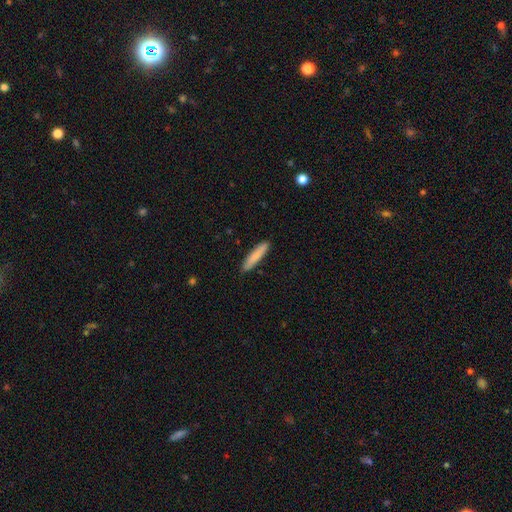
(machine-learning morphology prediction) smooth_or_featured: smooth (p=0.82) [alt: featured or disk p=0.13]
how_rounded: cigar-shaped (p=0.88) [alt: in between p=0.10]
merging: none (p=0.90) [alt: minor disturbance p=0.08]